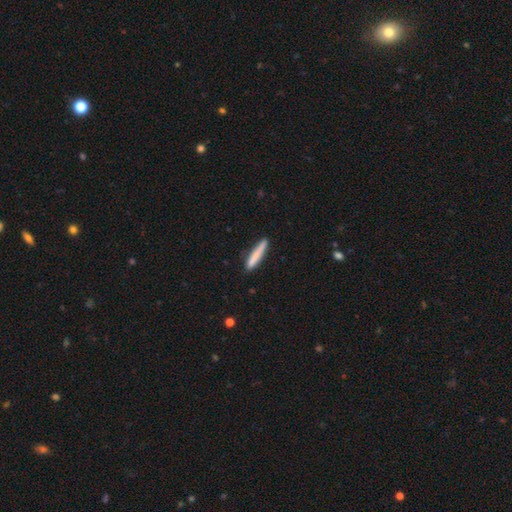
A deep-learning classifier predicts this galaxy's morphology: Smooth or featured? smooth (80%)
How rounded? cigar-shaped (93%)
Merging? none (86%)